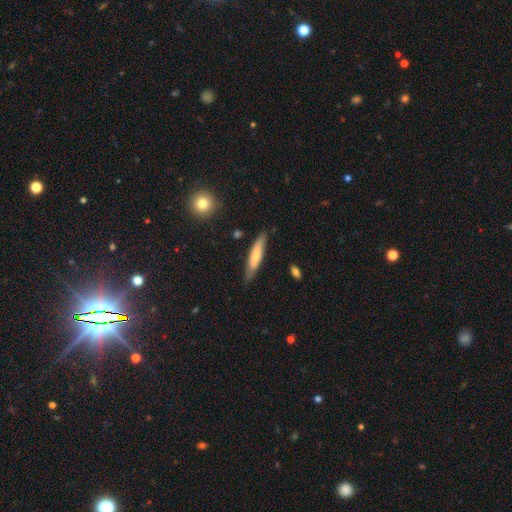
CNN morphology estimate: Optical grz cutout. It shows a smooth galaxy with no disk features (61%) that is cigar-shaped (81%). Merging: none (80%).